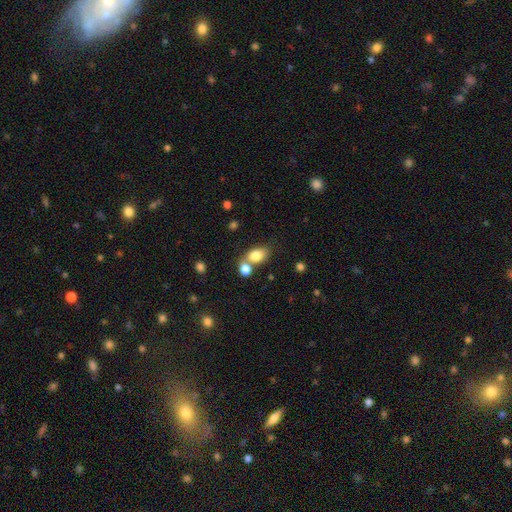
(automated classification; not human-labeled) Smooth or featured? Predicted: smooth (p=0.81). How rounded? Predicted: in between (p=0.82). Merging? Predicted: none (p=0.49).